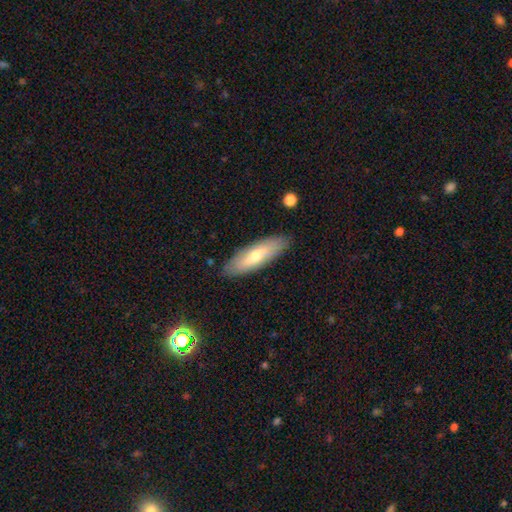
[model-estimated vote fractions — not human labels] smooth_or_featured: smooth (p=0.62) [alt: featured or disk p=0.32]
how_rounded: cigar-shaped (p=0.51) [alt: in between p=0.47]
merging: none (p=0.87) [alt: minor disturbance p=0.10]